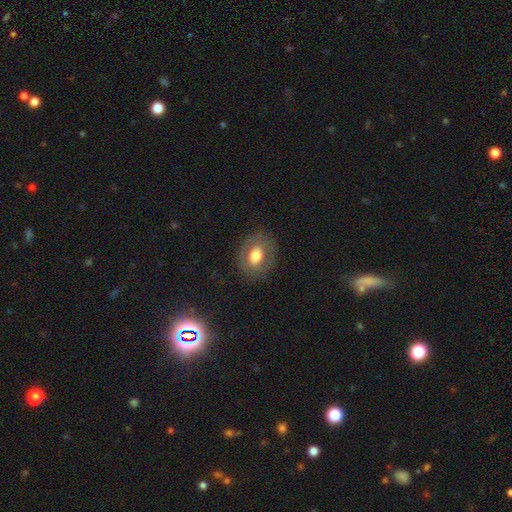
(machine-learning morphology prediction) A smooth galaxy with no disk features (60%) that is in between round and cigar-shaped (55%). Merging: none (81%).